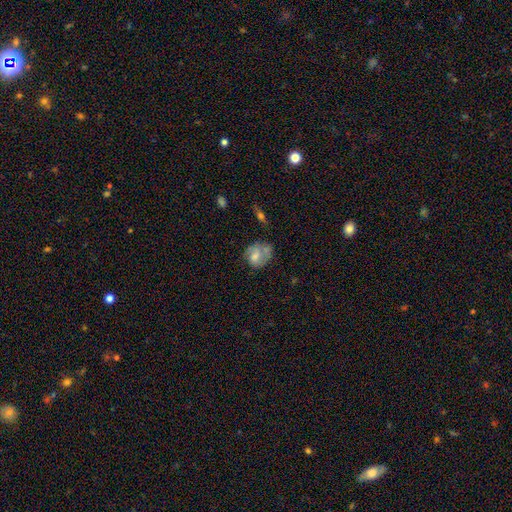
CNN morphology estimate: Q: Smooth or featured?
A: smooth (51%); runner-up: featured or disk (41%)
Q: How rounded?
A: round (54%); runner-up: in between (44%)
Q: Merging?
A: none (43%); runner-up: minor disturbance (28%)